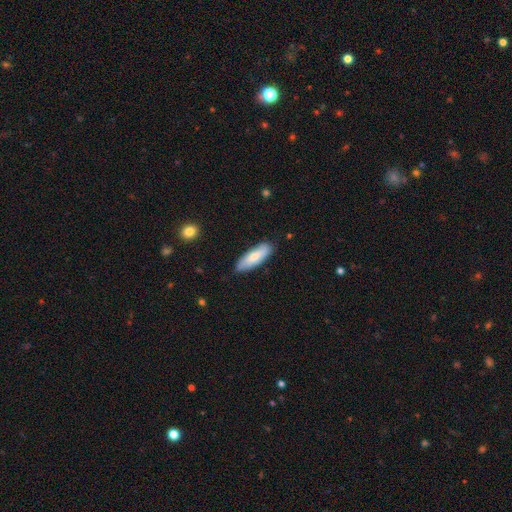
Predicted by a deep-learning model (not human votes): Smooth or featured: smooth — 73% (featured or disk — 21%)
How rounded: in between — 54% (cigar-shaped — 44%)
Merging: none — 84% (minor disturbance — 12%)